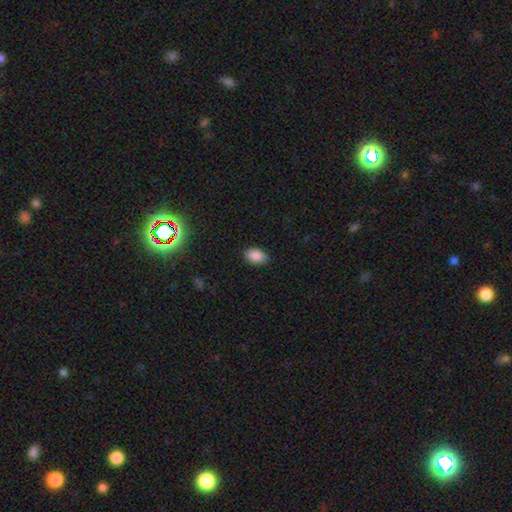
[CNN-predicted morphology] A smooth galaxy with no disk features (89%) that is in between round and cigar-shaped (90%). Merging: none (87%).